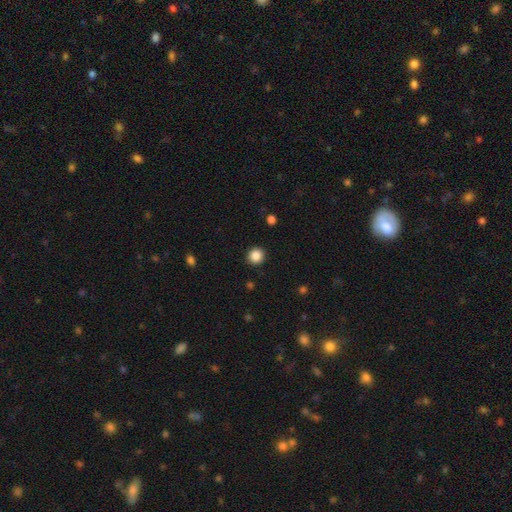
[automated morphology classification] This is clearly a smooth galaxy (86%). How rounded: clearly round (90%). Merging: clearly none (92%).